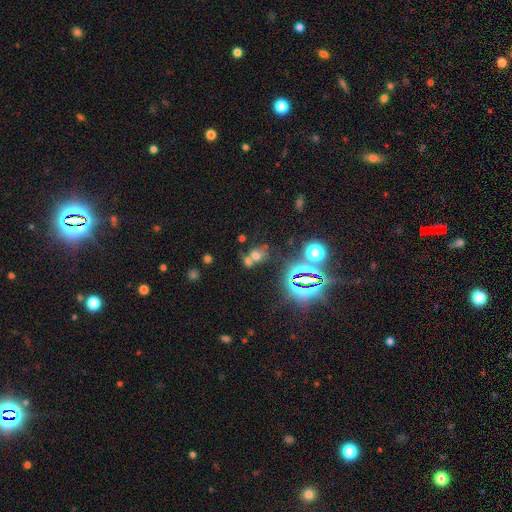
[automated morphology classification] smooth_or_featured: smooth (p=0.48) [alt: star or artifact p=0.37]
merging: merger (p=0.44) [alt: none p=0.41]